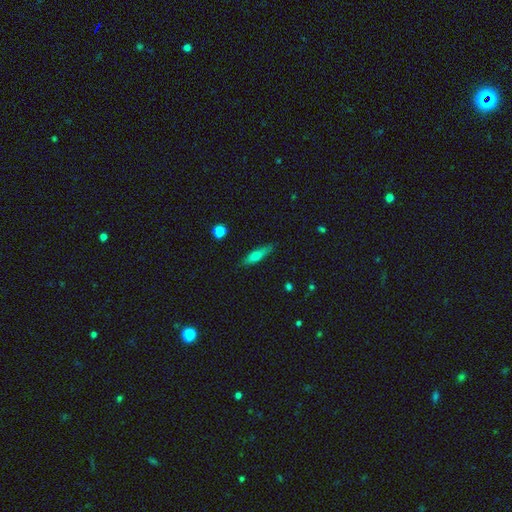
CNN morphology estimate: A smooth galaxy with no disk features (67%) that is cigar-shaped (70%). Merging: none (79%).